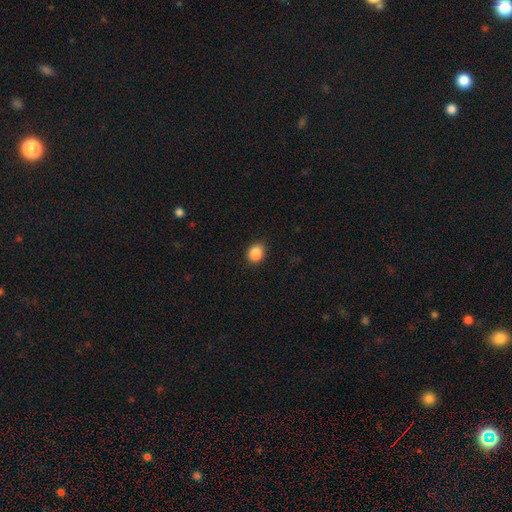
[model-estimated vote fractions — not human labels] smooth_or_featured: smooth (p=0.88) [alt: star or artifact p=0.09]
how_rounded: round (p=0.70) [alt: in between p=0.29]
merging: none (p=0.86) [alt: minor disturbance p=0.11]